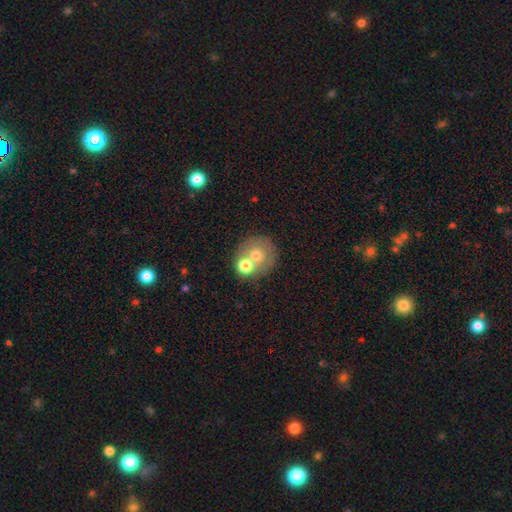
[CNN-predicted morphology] The model was most divided on "merging": none: 52%, merger: 36%, minor disturbance: 9%, major disturbance: 4%. More confident: how rounded — round (87%); smooth or featured — smooth (64%).